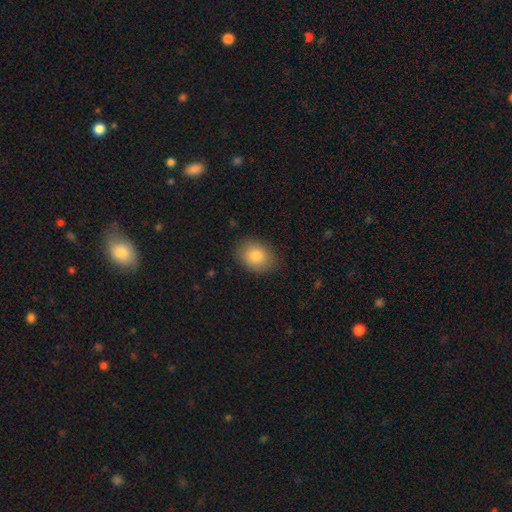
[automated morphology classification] The model was most divided on "how rounded": in between: 59%, round: 40%, cigar-shaped: 1%. More confident: merging — none (87%); smooth or featured — smooth (83%).